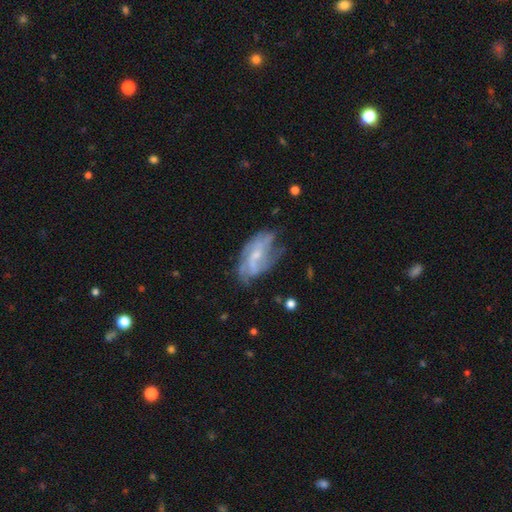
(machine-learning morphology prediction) Smooth or featured: featured or disk — 73% (smooth — 18%)
Edge-on disk: no — 94% (yes — 6%)
Bar: no — 43% (tied with weak — 43%)
Spiral arms: yes — 82% (no — 18%)
Spiral winding: medium — 41% (tight — 31%)
Spiral arm count: can't tell — 37% (2 — 31%)
Bulge size: small — 59% (moderate — 29%)
Merging: none — 56% (minor disturbance — 26%)